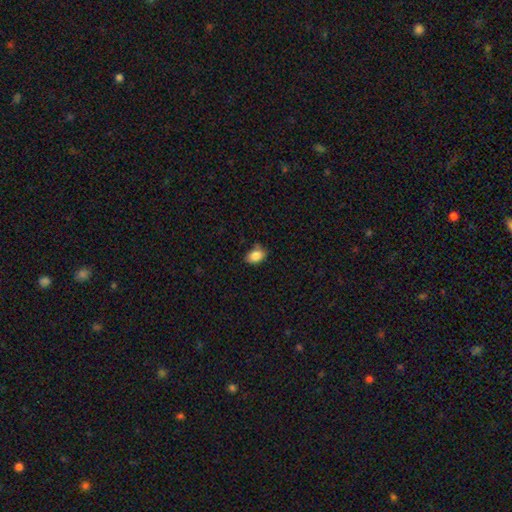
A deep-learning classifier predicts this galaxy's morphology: Smooth or featured?
  - smooth: 86% *
  - star or artifact: 9%
  - featured or disk: 6%
How rounded?
  - in between: 79% *
  - round: 20%
  - cigar-shaped: 1%
Merging?
  - none: 71% *
  - minor disturbance: 22%
  - merger: 4%
  - major disturbance: 4%